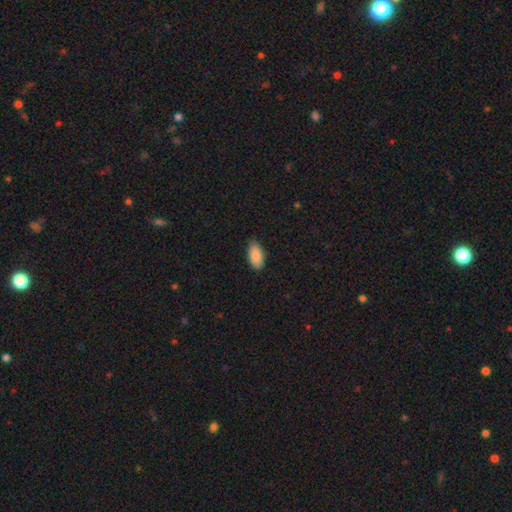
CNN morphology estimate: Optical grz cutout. It shows a smooth galaxy with no disk features (88%) that is in between round and cigar-shaped (93%). Merging: none (83%).